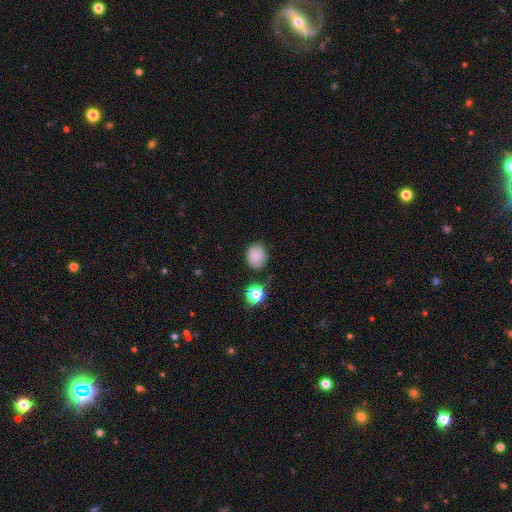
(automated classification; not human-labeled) Q: Smooth or featured?
A: smooth (82%); runner-up: star or artifact (11%)
Q: How rounded?
A: round (73%); runner-up: in between (26%)
Q: Merging?
A: none (74%); runner-up: minor disturbance (17%)